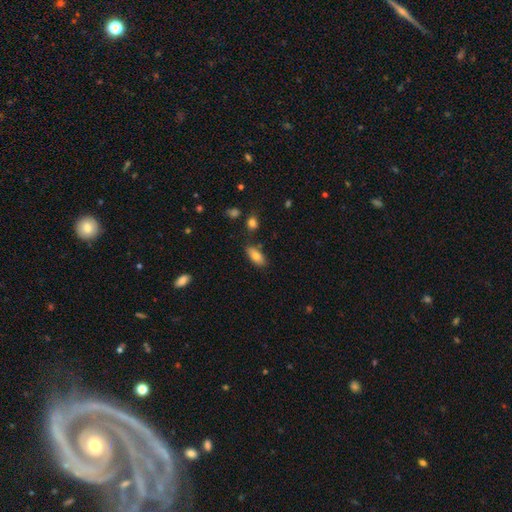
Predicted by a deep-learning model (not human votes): Smooth or featured?
  - smooth: 78% *
  - featured or disk: 14%
  - star or artifact: 8%
How rounded?
  - in between: 84% *
  - cigar-shaped: 13%
  - round: 3%
Merging?
  - none: 79% *
  - minor disturbance: 14%
  - merger: 4%
  - major disturbance: 3%